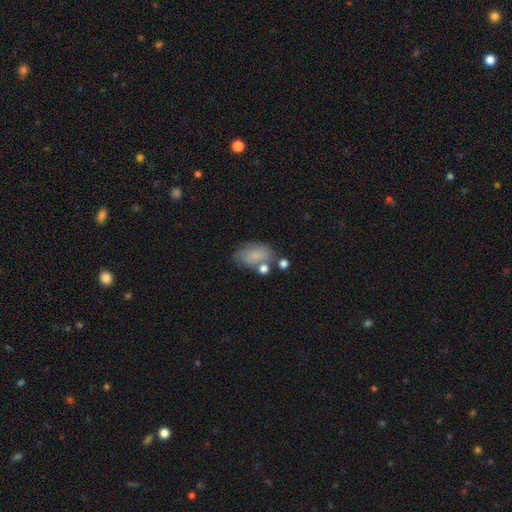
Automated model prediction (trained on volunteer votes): This appears to be a smooth galaxy with no disk features (74%) that is in between round and cigar-shaped (87%). Merging: none (52%).